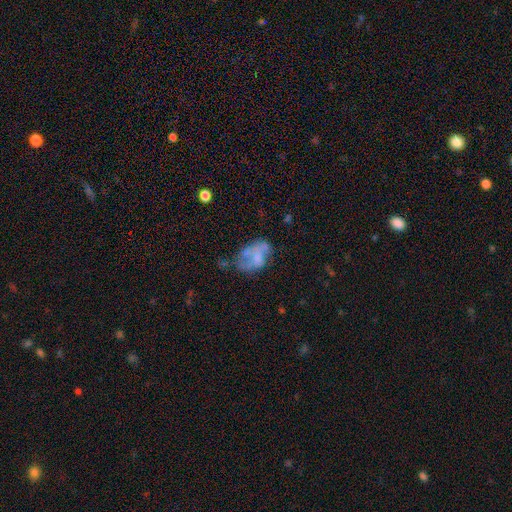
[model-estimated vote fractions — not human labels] smooth-or-featured: featured or disk: 49% | smooth: 41% | star or artifact: 10%
  merging: none: 37% | minor disturbance: 27% | major disturbance: 25% | merger: 12%